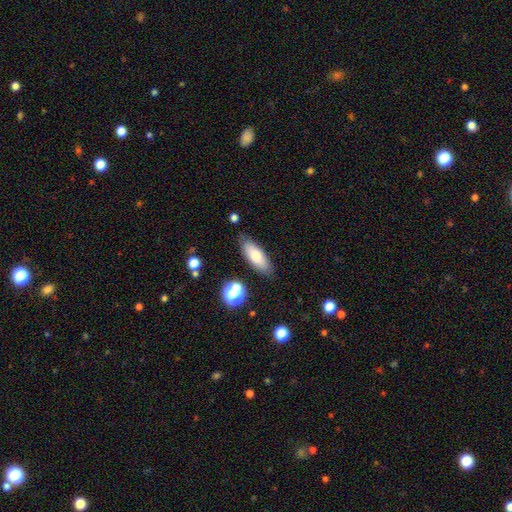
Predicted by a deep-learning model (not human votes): smooth 76%, featured or disk 16%, star or artifact 8%. Down the decision tree: how rounded — in between (69%); merging — none (82%).